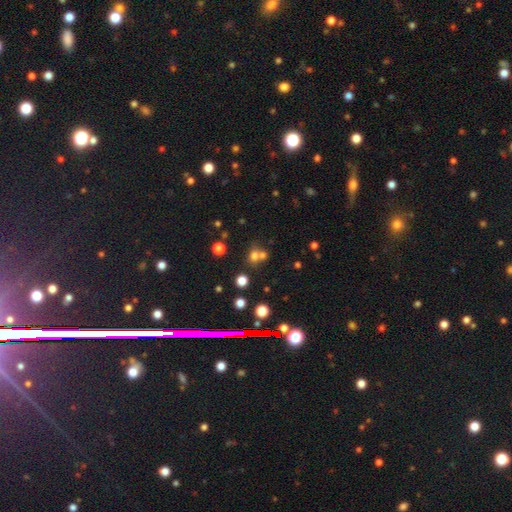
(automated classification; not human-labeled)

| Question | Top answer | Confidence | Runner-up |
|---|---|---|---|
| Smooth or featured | smooth | 65% | star or artifact (23%) |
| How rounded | round | 75% | in between (24%) |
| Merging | none | 44% | tied: merger (44%) |